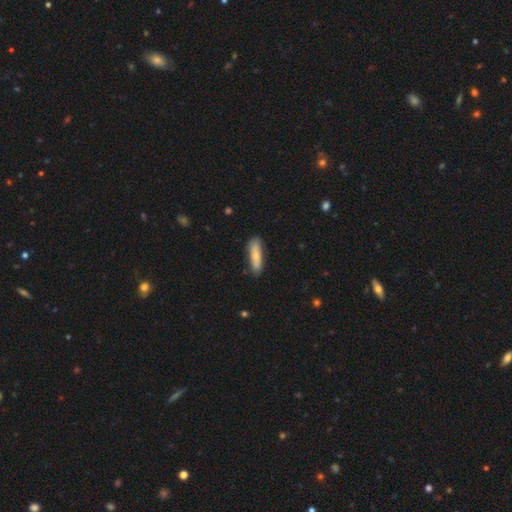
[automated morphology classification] Overall: smooth (70%). How rounded: cigar-shaped (60%; in between 38%). Merging: none (82%).